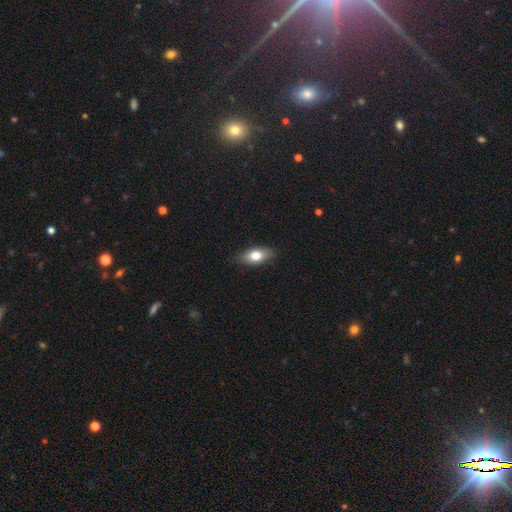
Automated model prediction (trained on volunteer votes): Smooth or featured? Predicted: smooth (p=0.76). How rounded? Predicted: in between (p=0.85). Merging? Predicted: none (p=0.85).